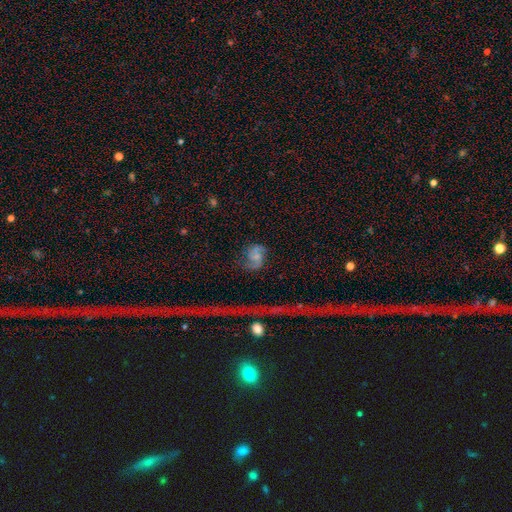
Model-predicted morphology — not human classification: A featured or disk galaxy (62%) with no bar (59%), 2 (87%) medium (44%) spiral arms (90%) and a small central bulge (37%).

Vote fractions:
- Smooth or featured? featured or disk: 62% / smooth: 28% / star or artifact: 9%
- Edge-on disk? no: 97% / yes: 3%
- Bar? no: 59% / weak: 33% / strong: 8%
- Spiral arms? yes: 90% / no: 10%
- Spiral winding? medium: 44% / loose: 38% / tight: 18%
- Spiral arm count? 2: 87% / can't tell: 6% / 1: 3% / 3: 2% / 4: 1% / more than 4: 1%
- Bulge size? small: 37% / none: 32% / moderate: 25% / large: 4% / dominant: 2%
- Merging? none: 60% / minor disturbance: 21% / major disturbance: 14% / merger: 5%